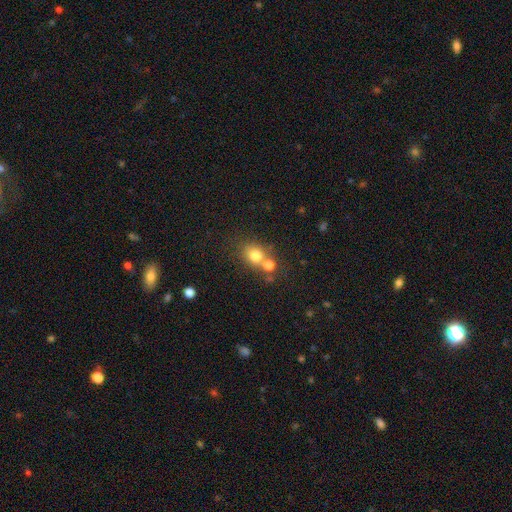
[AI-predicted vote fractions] This appears to be a smooth galaxy with no disk features (76%) that is round (66%). Merging: none (50%).